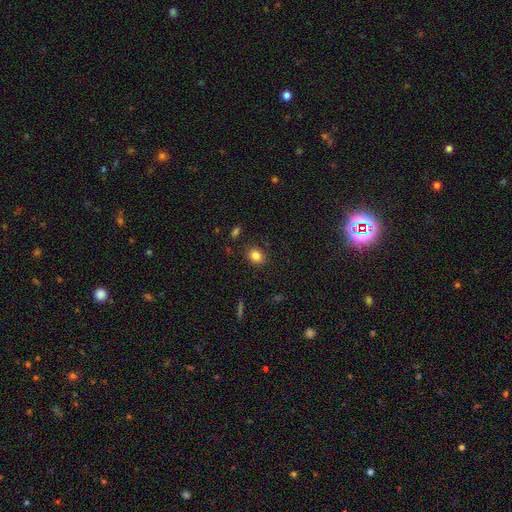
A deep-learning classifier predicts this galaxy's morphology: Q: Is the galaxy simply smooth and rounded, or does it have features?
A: smooth — 84%.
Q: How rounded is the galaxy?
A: round — 55%.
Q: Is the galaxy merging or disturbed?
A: none — 86%.